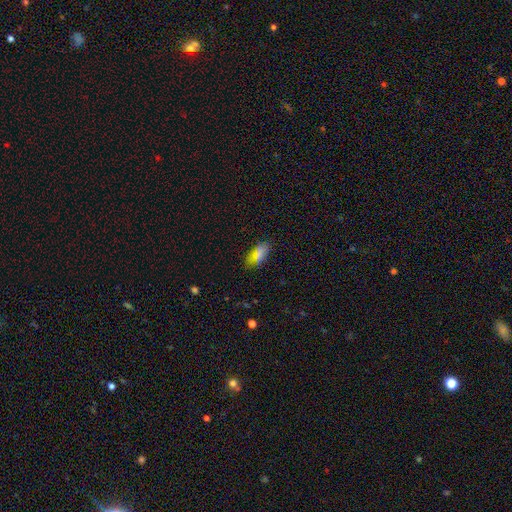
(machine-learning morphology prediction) This appears to be a smooth galaxy with no disk features (72%) that is in between round and cigar-shaped (87%). Merging: none (83%).